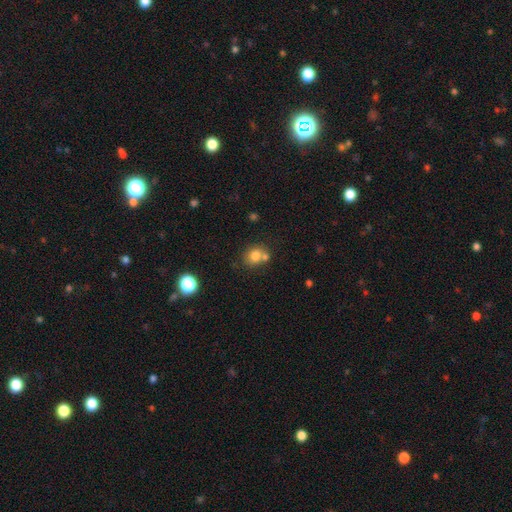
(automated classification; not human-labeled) Smooth or featured? Predicted: smooth (p=0.78). How rounded? Predicted: round (p=0.75). Merging? Predicted: none (p=0.57).